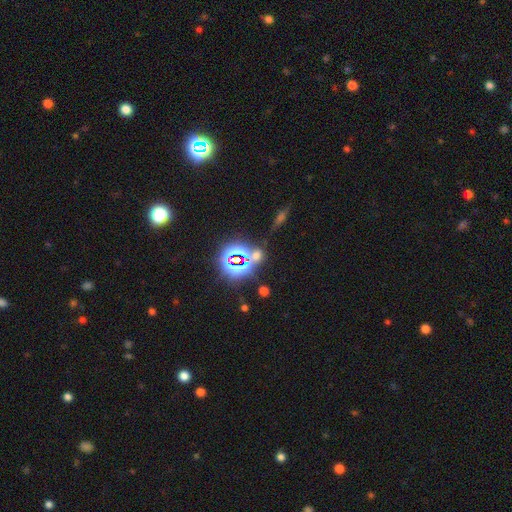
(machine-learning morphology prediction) A star or artifact, not a galaxy (66%).

Vote fractions:
- Smooth or featured? star or artifact: 66% / smooth: 26% / featured or disk: 8%